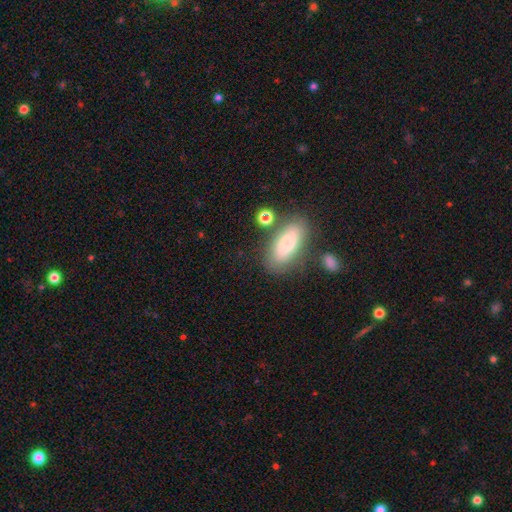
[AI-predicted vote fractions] Q: Smooth or featured?
A: smooth (75%); runner-up: featured or disk (13%)
Q: How rounded?
A: in between (74%); runner-up: cigar-shaped (23%)
Q: Merging?
A: none (76%); runner-up: minor disturbance (13%)